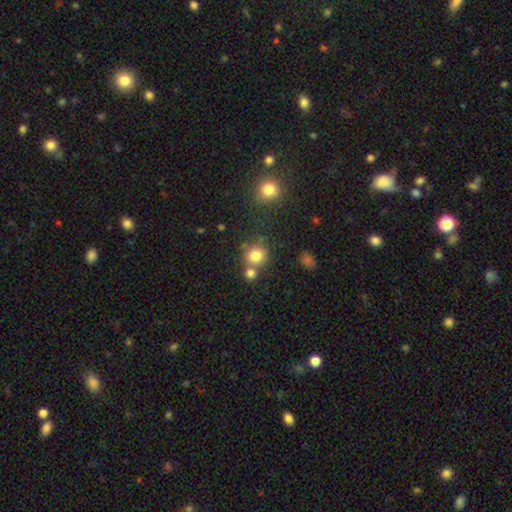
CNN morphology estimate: This is clearly a smooth galaxy (80%). How rounded: clearly round (87%). Merging: likely none (61%).